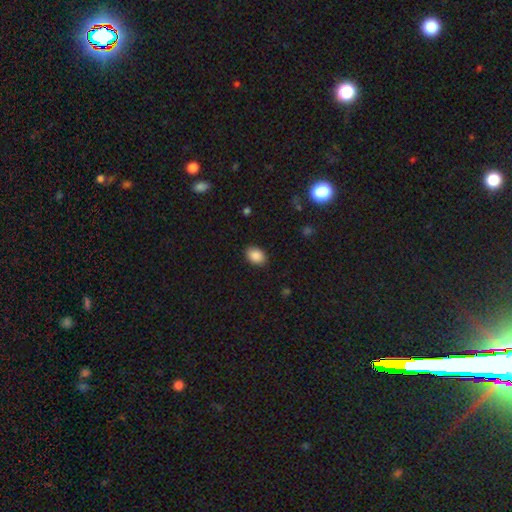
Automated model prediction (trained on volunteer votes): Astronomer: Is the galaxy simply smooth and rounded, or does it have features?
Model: smooth — 87%.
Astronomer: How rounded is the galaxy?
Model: in between — 79%.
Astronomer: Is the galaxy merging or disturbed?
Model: none — 88%.